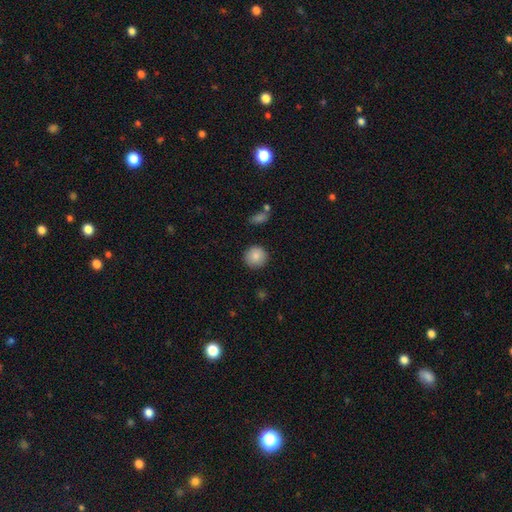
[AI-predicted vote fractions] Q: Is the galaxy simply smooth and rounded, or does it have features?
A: smooth — 86%.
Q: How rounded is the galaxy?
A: round — 93%.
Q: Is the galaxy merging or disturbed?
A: none — 90%.